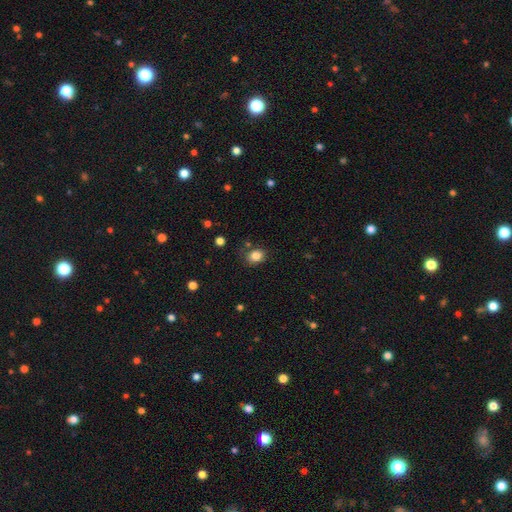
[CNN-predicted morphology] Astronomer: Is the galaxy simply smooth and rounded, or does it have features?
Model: smooth — 83%.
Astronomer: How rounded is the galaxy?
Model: round — 54% (runner-up: in between, 45%).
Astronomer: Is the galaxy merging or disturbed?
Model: none — 75%.